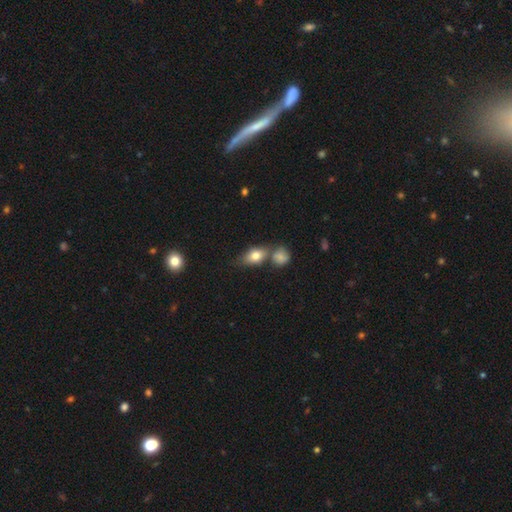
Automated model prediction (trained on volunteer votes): Overall: smooth (78%). How rounded: in between (79%). Merging: none (48%; merger 30%).